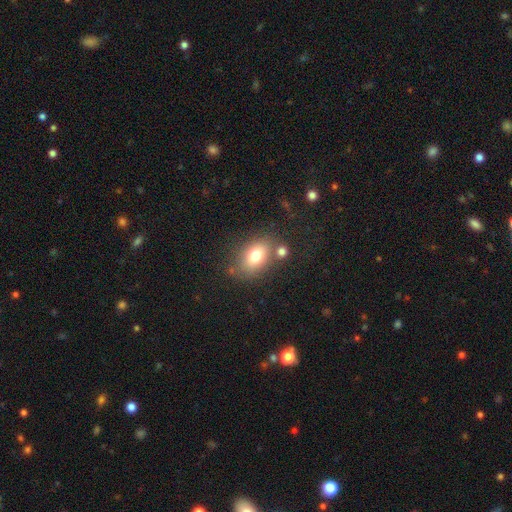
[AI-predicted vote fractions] Q: Smooth or featured?
A: smooth (75%); runner-up: featured or disk (14%)
Q: How rounded?
A: in between (79%); runner-up: round (19%)
Q: Merging?
A: none (67%); runner-up: merger (14%)